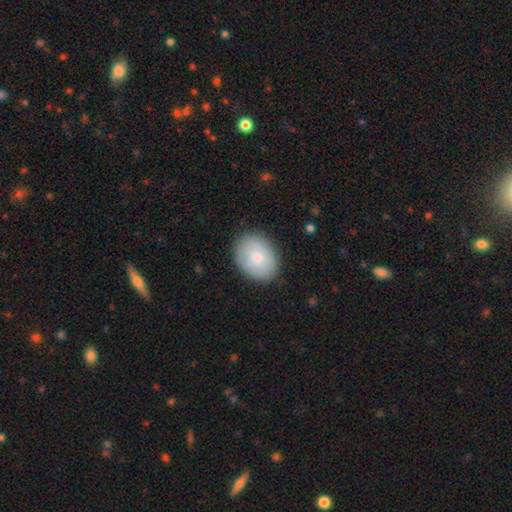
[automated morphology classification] smooth-or-featured: smooth: 78% | featured or disk: 15% | star or artifact: 6%
  how-rounded: in between: 66% | round: 33% | cigar-shaped: 1%
  merging: none: 85% | minor disturbance: 11% | major disturbance: 3% | merger: 1%